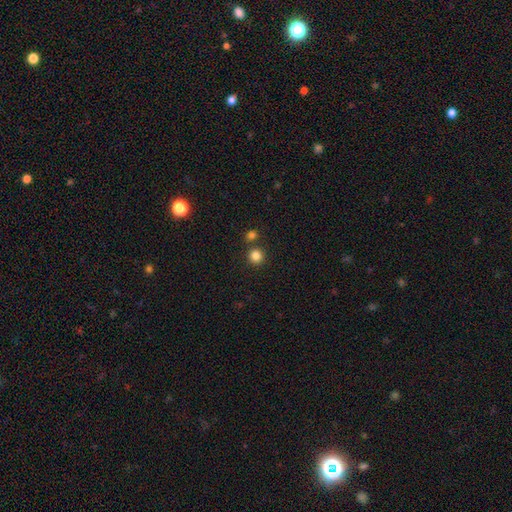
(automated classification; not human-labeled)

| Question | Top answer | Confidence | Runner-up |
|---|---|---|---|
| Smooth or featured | smooth | 83% | star or artifact (13%) |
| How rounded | round | 93% | in between (6%) |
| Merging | none | 81% | merger (11%) |